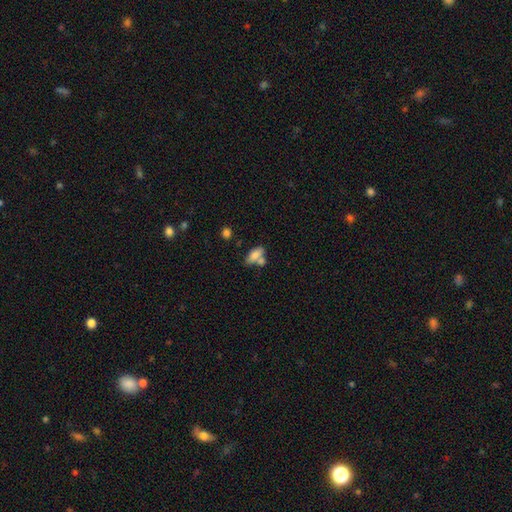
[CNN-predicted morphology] This appears to be a smooth galaxy with no disk features (76%) that is in between round and cigar-shaped (81%). Merging: merger (40%).